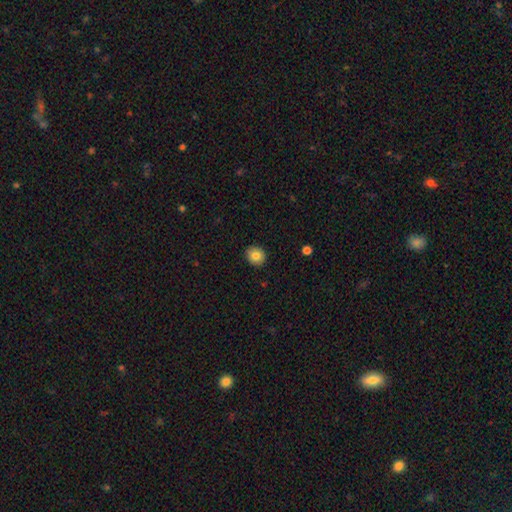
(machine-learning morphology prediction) This appears to be a smooth galaxy with no disk features (83%) that is round (75%). Merging: none (90%).